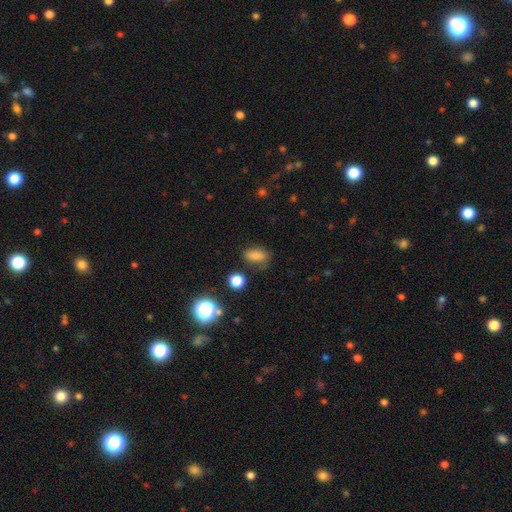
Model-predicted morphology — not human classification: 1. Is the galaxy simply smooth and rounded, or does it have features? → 80% smooth, 14% star or artifact, 6% featured or disk.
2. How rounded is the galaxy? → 82% in between, 14% round, 4% cigar-shaped.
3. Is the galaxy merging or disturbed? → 69% none, 20% minor disturbance, 7% major disturbance, 4% merger.